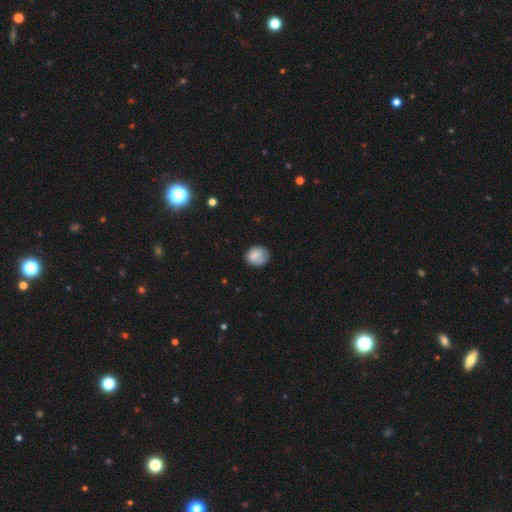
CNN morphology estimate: Smooth or featured?
  - smooth: 79% *
  - featured or disk: 14%
  - star or artifact: 8%
How rounded?
  - round: 64% *
  - in between: 35%
  - cigar-shaped: 1%
Merging?
  - none: 68% *
  - minor disturbance: 24%
  - major disturbance: 6%
  - merger: 1%